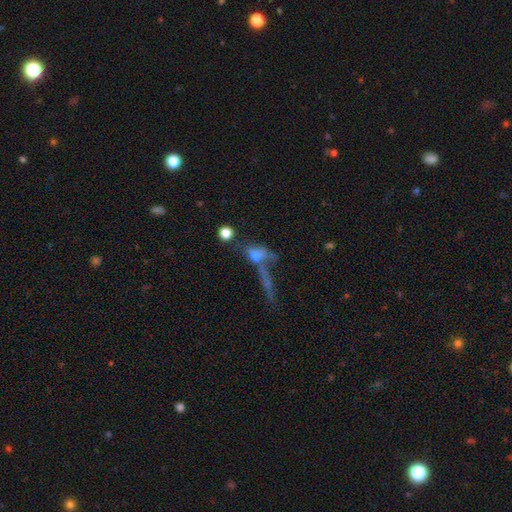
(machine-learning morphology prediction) A smooth galaxy with no disk features (55%) that is in between round and cigar-shaped (51%).

Vote fractions:
- Smooth or featured? smooth: 55% / featured or disk: 26% / star or artifact: 19%
- How rounded? in between: 51% / round: 34% / cigar-shaped: 14%
- Merging? merger: 33% (tied) / none: 33% (tied) / major disturbance: 20% / minor disturbance: 14%